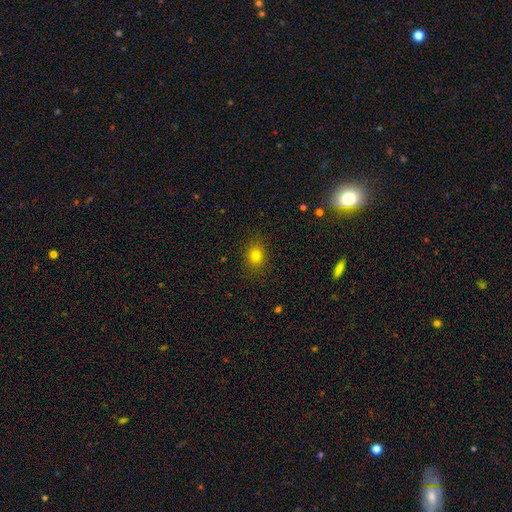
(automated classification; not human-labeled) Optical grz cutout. It shows a smooth galaxy with no disk features (78%) that is round (63%). Merging: none (87%).